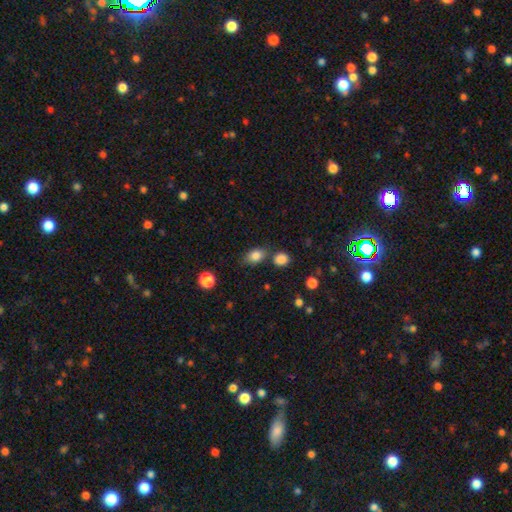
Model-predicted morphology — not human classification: Overall: smooth (83%). How rounded: in between (76%). Merging: none (67%).